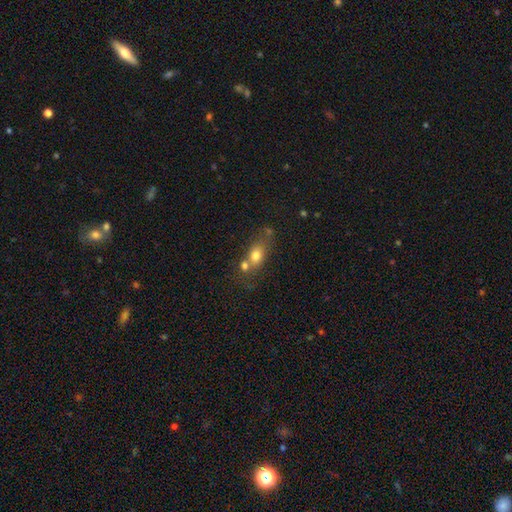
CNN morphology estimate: The model was most divided on "merging": merger: 42%, none: 39%, minor disturbance: 12%, major disturbance: 6%. More confident: smooth or featured — smooth (73%); how rounded — in between (60%).